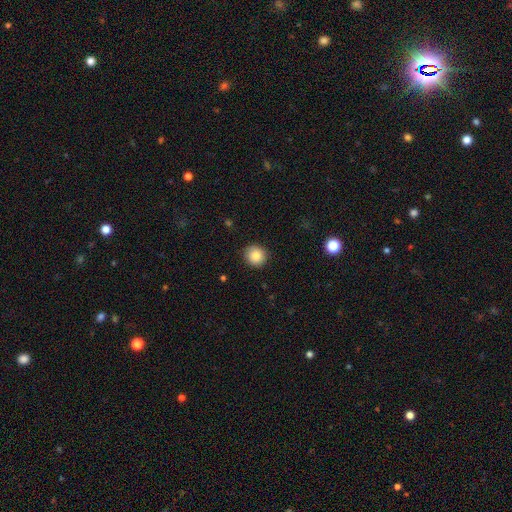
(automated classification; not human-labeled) Smooth or featured: smooth — 85% (star or artifact — 9%)
How rounded: round — 91% (in between — 8%)
Merging: none — 90% (minor disturbance — 7%)